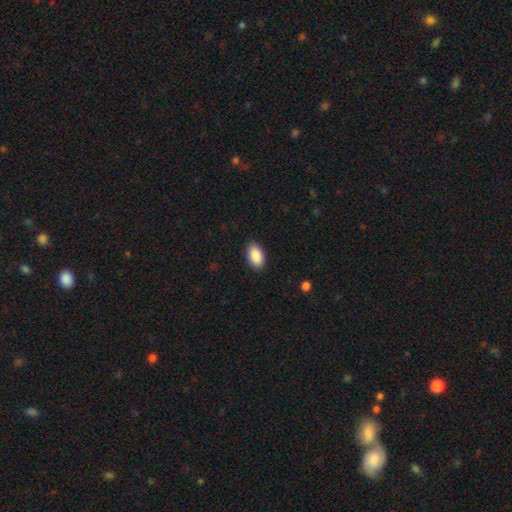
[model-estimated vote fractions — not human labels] A smooth galaxy with no disk features (90%) that is in between round and cigar-shaped (95%).

Vote fractions:
- Smooth or featured? smooth: 90% / star or artifact: 6% / featured or disk: 3%
- How rounded? in between: 95% / round: 3% / cigar-shaped: 2%
- Merging? none: 89% / minor disturbance: 8% / major disturbance: 2% / merger: 1%